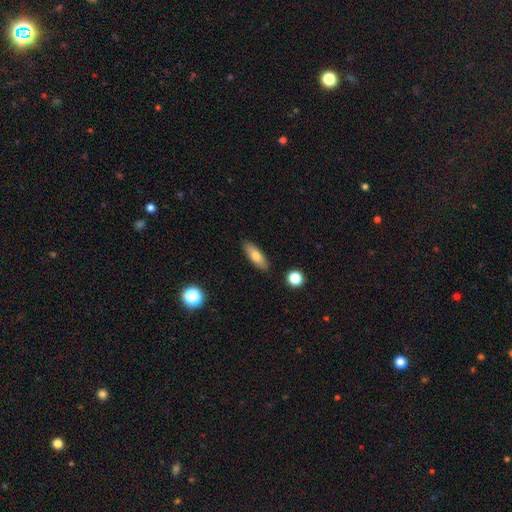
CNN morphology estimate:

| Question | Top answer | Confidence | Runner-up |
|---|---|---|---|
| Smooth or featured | smooth | 73% | featured or disk (20%) |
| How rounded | in between | 60% | cigar-shaped (37%) |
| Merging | none | 88% | minor disturbance (9%) |